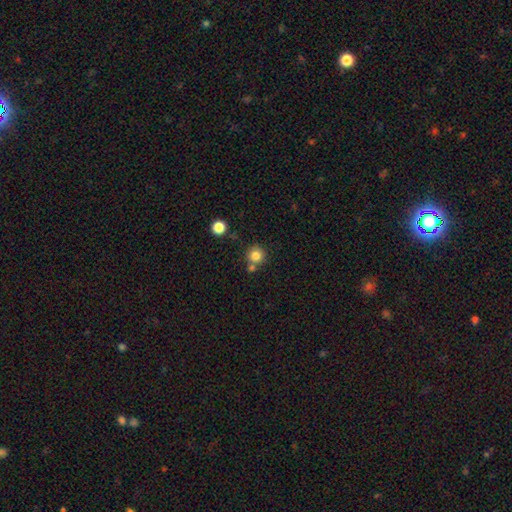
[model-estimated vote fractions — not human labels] Smooth or featured? smooth (82%)
How rounded? round (94%)
Merging? none (70%)